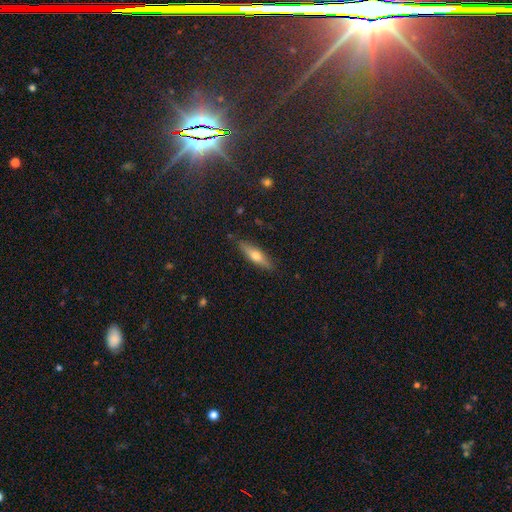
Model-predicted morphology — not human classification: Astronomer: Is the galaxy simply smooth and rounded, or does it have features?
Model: smooth — 47% (runner-up: featured or disk, 46%).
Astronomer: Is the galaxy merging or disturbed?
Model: none — 88%.